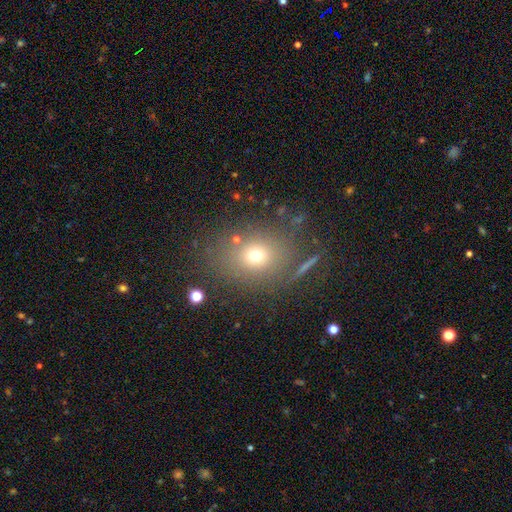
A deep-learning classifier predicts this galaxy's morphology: This appears to be a smooth galaxy with no disk features (68%) that is round (63%). Merging: none (76%).